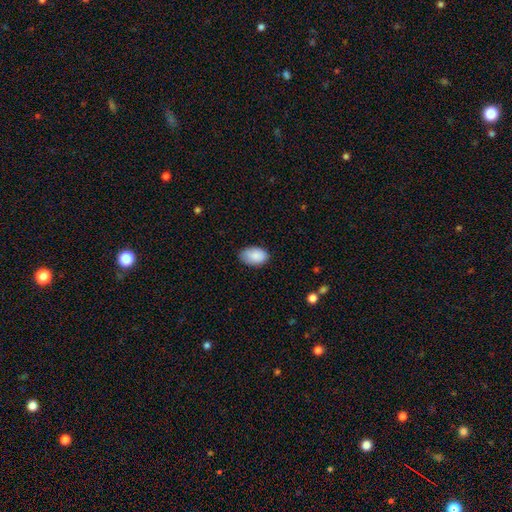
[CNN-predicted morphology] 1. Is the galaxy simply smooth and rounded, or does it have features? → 89% smooth, 6% star or artifact, 5% featured or disk.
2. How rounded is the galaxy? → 92% in between, 6% round, 1% cigar-shaped.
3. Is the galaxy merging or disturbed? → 79% none, 17% minor disturbance, 3% major disturbance, 1% merger.